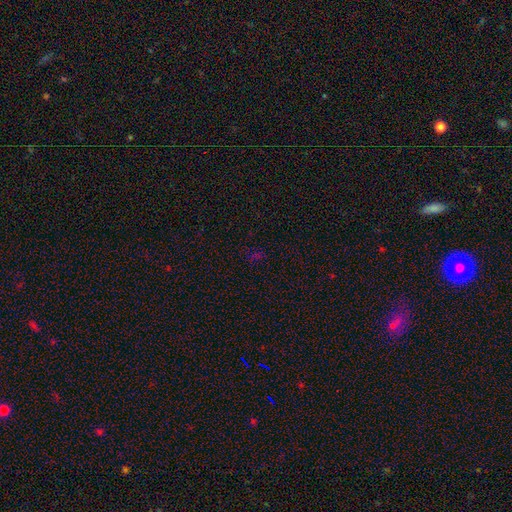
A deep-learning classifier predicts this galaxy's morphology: smooth_or_featured: star or artifact (p=0.61) [alt: smooth p=0.32]